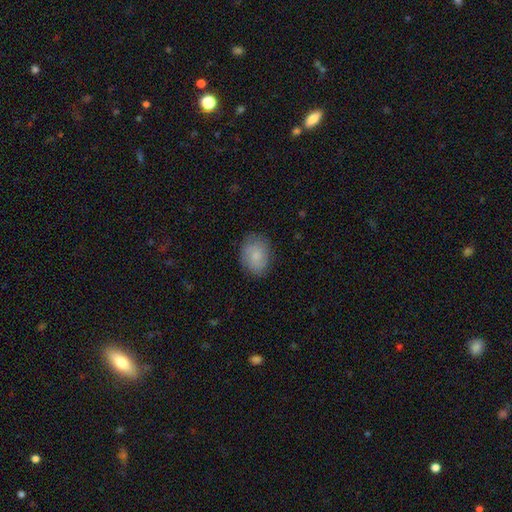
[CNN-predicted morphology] Smooth or featured?
  - smooth: 76% *
  - featured or disk: 17%
  - star or artifact: 7%
How rounded?
  - in between: 65% *
  - round: 33%
  - cigar-shaped: 1%
Merging?
  - none: 78% *
  - minor disturbance: 17%
  - major disturbance: 4%
  - merger: 1%